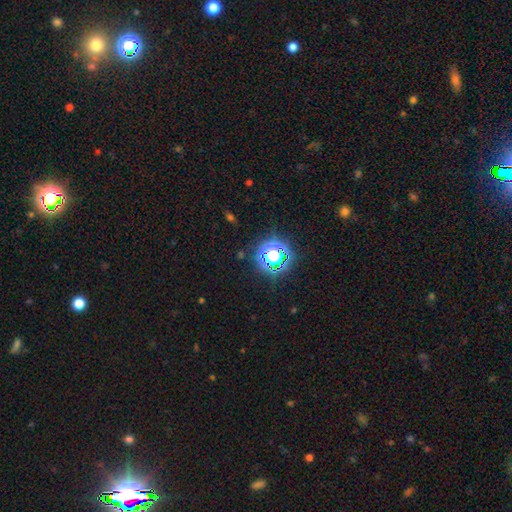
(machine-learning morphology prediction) The model was most divided on "smooth or featured": star or artifact: 78%, smooth: 15%, featured or disk: 7%.